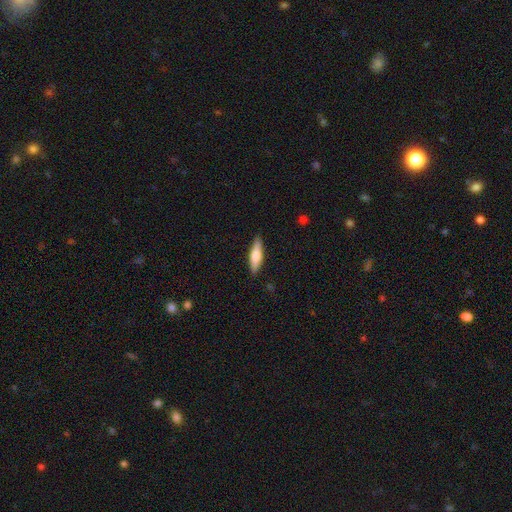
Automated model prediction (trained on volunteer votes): Smooth or featured?
  - smooth: 62% *
  - featured or disk: 33%
  - star or artifact: 6%
How rounded?
  - cigar-shaped: 60% *
  - in between: 38%
  - round: 2%
Merging?
  - none: 88% *
  - minor disturbance: 9%
  - major disturbance: 2%
  - merger: 1%